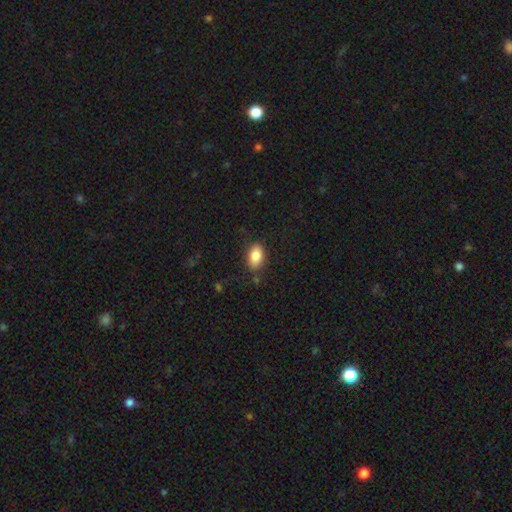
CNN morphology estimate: Smooth or featured: smooth — 85% (star or artifact — 8%)
How rounded: in between — 90% (round — 7%)
Merging: none — 83% (minor disturbance — 12%)